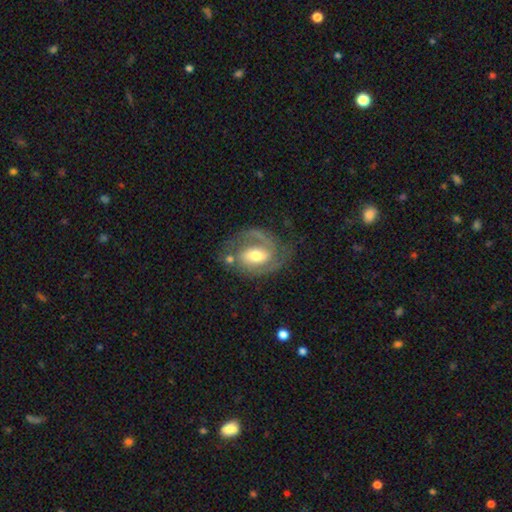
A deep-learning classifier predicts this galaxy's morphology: Overall: featured or disk (84%). Edge-on disk: no (97%). Bar: weak (47%; no 28%). Spiral arms: yes (94%). Spiral arm count: 2 (72%). Spiral winding: medium (49%; tight 36%). Bulge size: moderate (67%). Merging: none (61%).